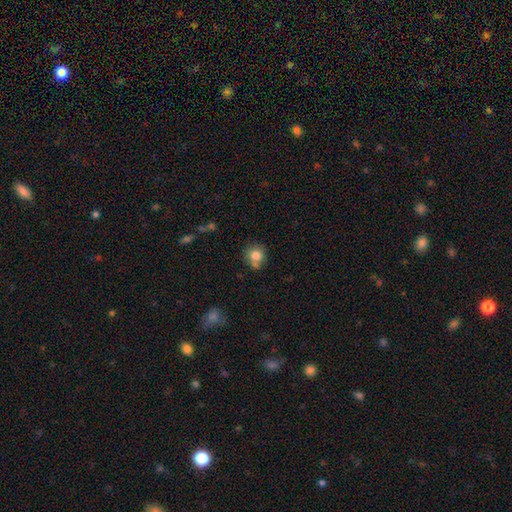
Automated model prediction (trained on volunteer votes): smooth 80%, star or artifact 10%, featured or disk 10%. Down the decision tree: how rounded — round (85%); merging — none (63%).